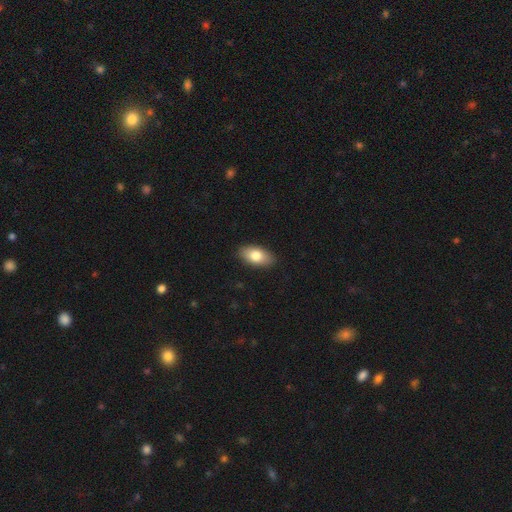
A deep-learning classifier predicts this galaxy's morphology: smooth_or_featured: smooth (p=0.80) [alt: featured or disk p=0.14]
how_rounded: in between (p=0.92) [alt: round p=0.04]
merging: none (p=0.89) [alt: minor disturbance p=0.08]